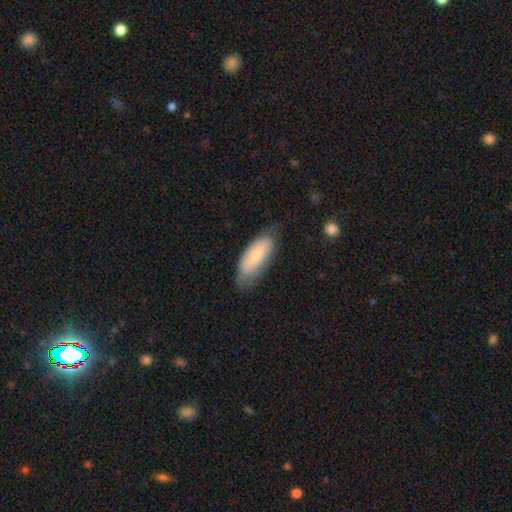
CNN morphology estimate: A smooth galaxy with no disk features (71%) that is in between round and cigar-shaped (77%). Merging: none (63%).